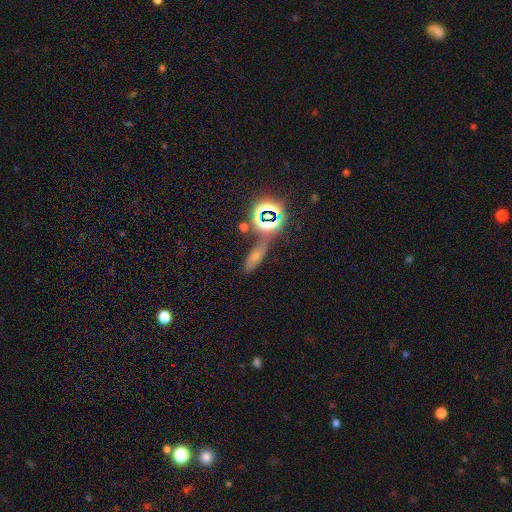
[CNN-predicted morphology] Q: Smooth or featured?
A: smooth (50%); runner-up: star or artifact (32%)
Q: Merging?
A: none (57%); runner-up: minor disturbance (17%)